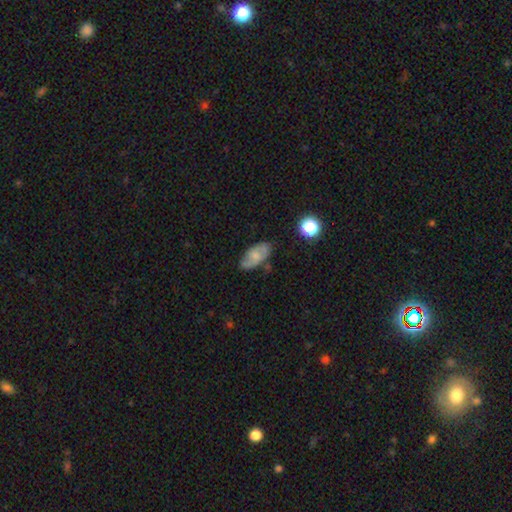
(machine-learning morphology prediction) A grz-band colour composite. It shows a smooth galaxy with no disk features (55%) that is in between round and cigar-shaped (90%). Merging: none (65%).